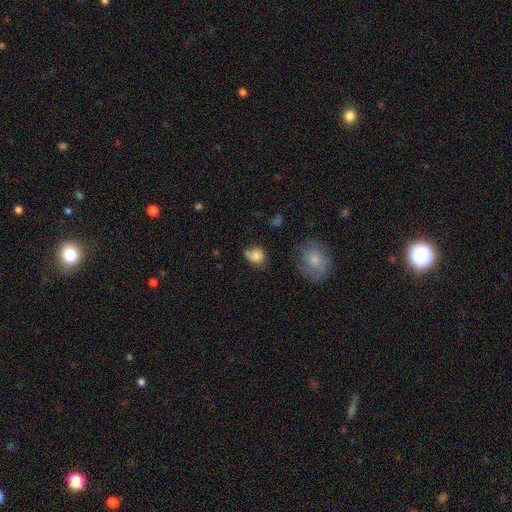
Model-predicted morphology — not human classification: type=smooth (80%); roundness=round (65%); merging=none (49%).